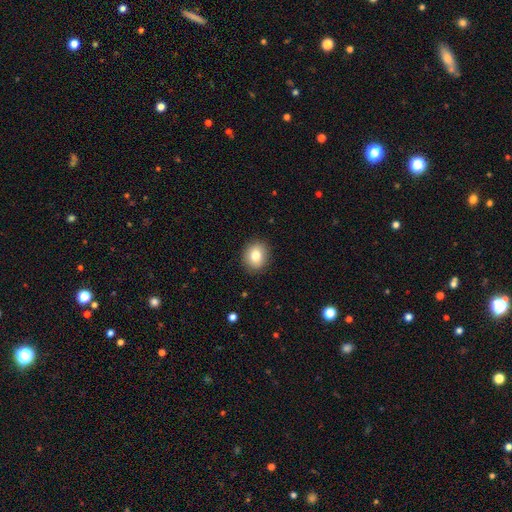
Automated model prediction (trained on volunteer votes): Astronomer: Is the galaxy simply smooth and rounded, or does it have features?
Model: smooth — 80%.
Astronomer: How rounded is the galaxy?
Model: round — 68%.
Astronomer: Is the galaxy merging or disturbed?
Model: none — 90%.